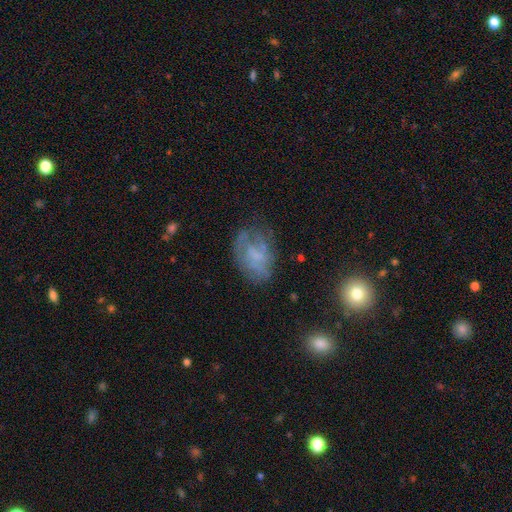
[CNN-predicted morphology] The model was most divided on "spiral arms": yes: 53%, no: 47%. Remaining: edge-on disk — no (97%); bar — no (65%); merging — none (53%); smooth or featured — featured or disk (53%); bulge size — none (50%).